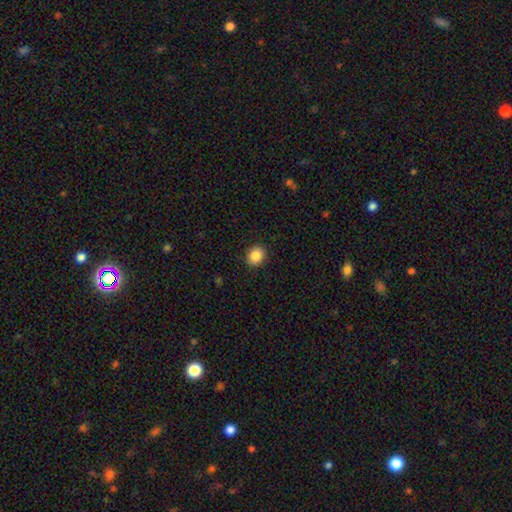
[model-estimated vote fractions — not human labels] Smooth or featured? Predicted: smooth (p=0.87). How rounded? Predicted: round (p=0.68). Merging? Predicted: none (p=0.90).